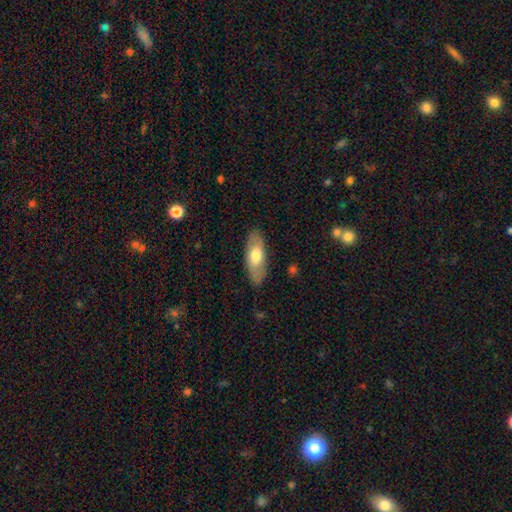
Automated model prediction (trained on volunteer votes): A smooth galaxy with no disk features (62%) that is in between round and cigar-shaped (79%). Merging: none (84%).